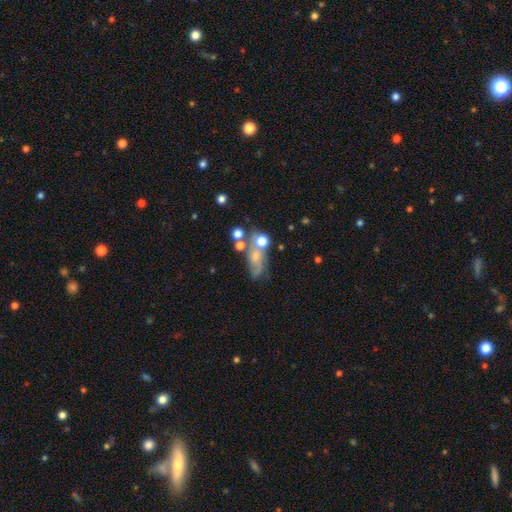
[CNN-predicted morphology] Q: Smooth or featured?
A: smooth (42%); runner-up: featured or disk (40%)
Q: Merging?
A: none (35%); runner-up: merger (24%)